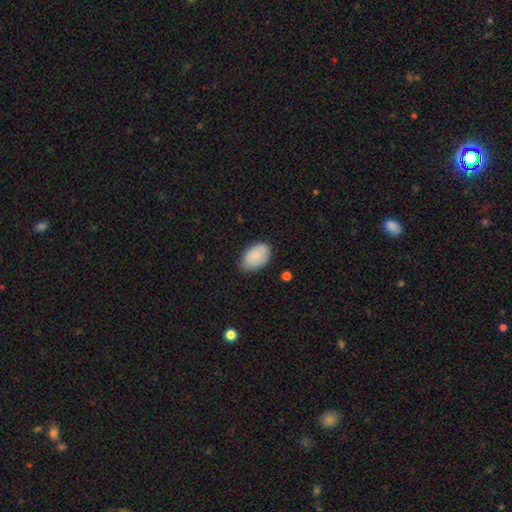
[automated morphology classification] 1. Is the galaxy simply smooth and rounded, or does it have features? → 85% smooth, 8% featured or disk, 6% star or artifact.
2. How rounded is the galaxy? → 90% in between, 9% round, 1% cigar-shaped.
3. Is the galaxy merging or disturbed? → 73% none, 22% minor disturbance, 3% major disturbance, 1% merger.